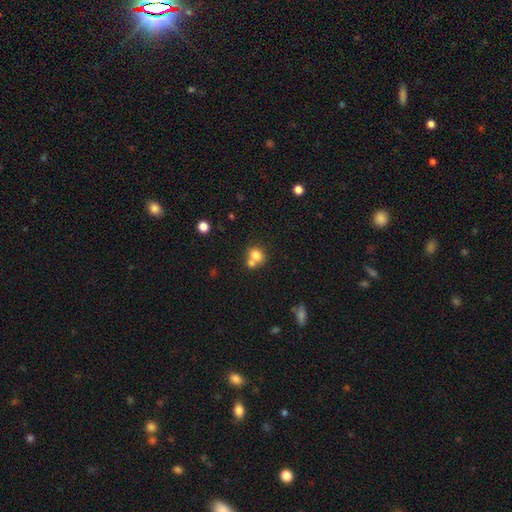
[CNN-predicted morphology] type=smooth (78%); roundness=round (57%); merging=merger (46%).